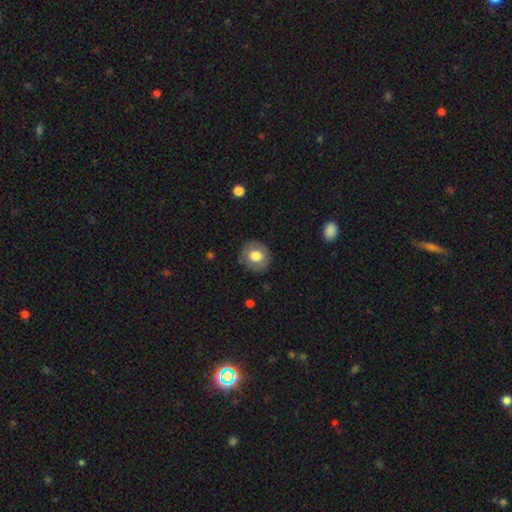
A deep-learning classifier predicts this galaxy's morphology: The model was most divided on "smooth or featured": smooth: 75%, featured or disk: 17%, star or artifact: 8%. More confident: merging — none (85%); how rounded — round (85%).